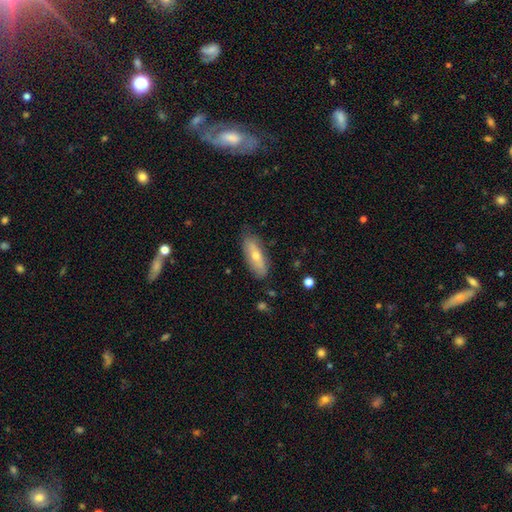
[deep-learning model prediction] Smooth or featured?
  - smooth: 52% *
  - featured or disk: 41%
  - star or artifact: 7%
How rounded?
  - in between: 61% *
  - cigar-shaped: 36%
  - round: 3%
Merging?
  - none: 81% *
  - minor disturbance: 14%
  - major disturbance: 3%
  - merger: 2%